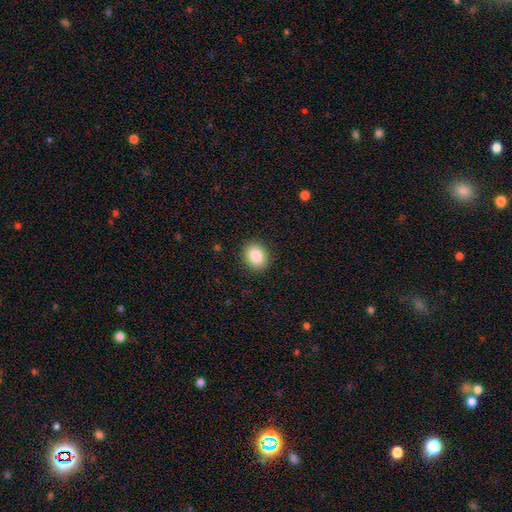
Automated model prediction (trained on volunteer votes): Q: Smooth or featured?
A: smooth (86%); runner-up: star or artifact (9%)
Q: How rounded?
A: round (54%); runner-up: in between (45%)
Q: Merging?
A: none (90%); runner-up: minor disturbance (7%)